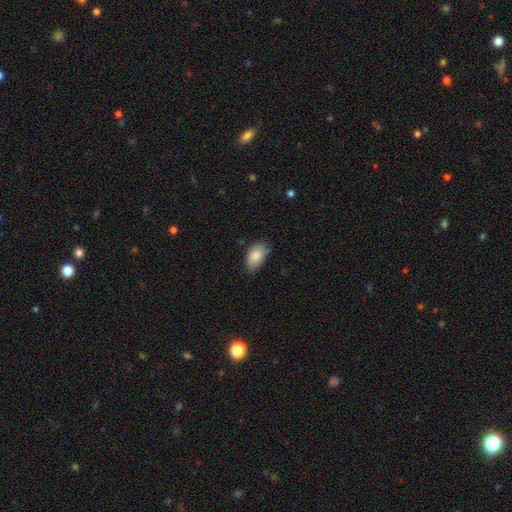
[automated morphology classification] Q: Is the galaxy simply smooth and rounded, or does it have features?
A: smooth — 84%.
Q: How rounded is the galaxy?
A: in between — 92%.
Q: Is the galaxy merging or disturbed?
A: none — 68%.